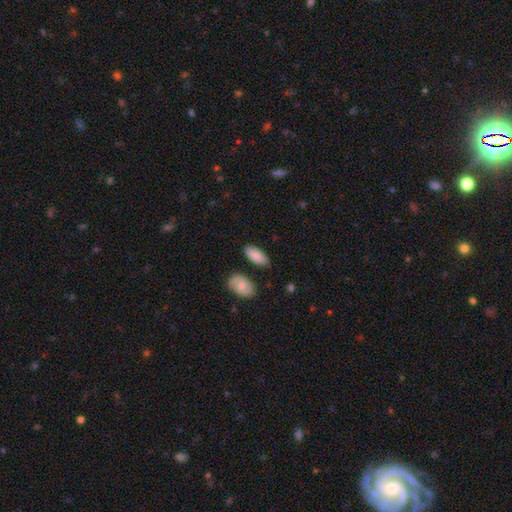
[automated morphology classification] A smooth galaxy with no disk features (83%) that is in between round and cigar-shaped (91%).

Vote fractions:
- Smooth or featured? smooth: 83% / featured or disk: 11% / star or artifact: 6%
- How rounded? in between: 91% / cigar-shaped: 7% / round: 2%
- Merging? none: 78% / minor disturbance: 15% / merger: 4% / major disturbance: 3%